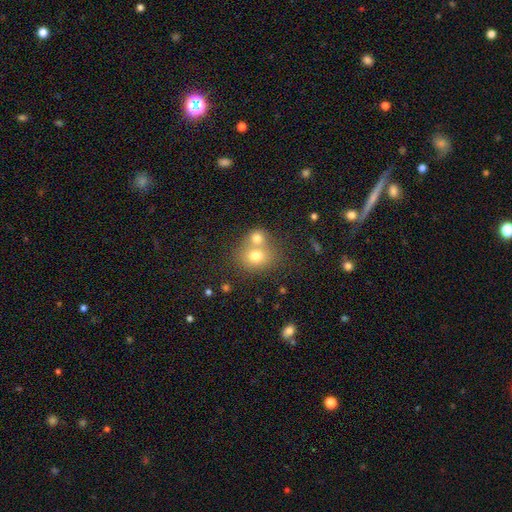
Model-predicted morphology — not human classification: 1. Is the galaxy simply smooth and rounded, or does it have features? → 73% smooth, 15% featured or disk, 12% star or artifact.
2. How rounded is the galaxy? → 68% round, 31% in between, 1% cigar-shaped.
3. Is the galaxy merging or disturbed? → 54% merger, 35% none, 7% minor disturbance, 3% major disturbance.